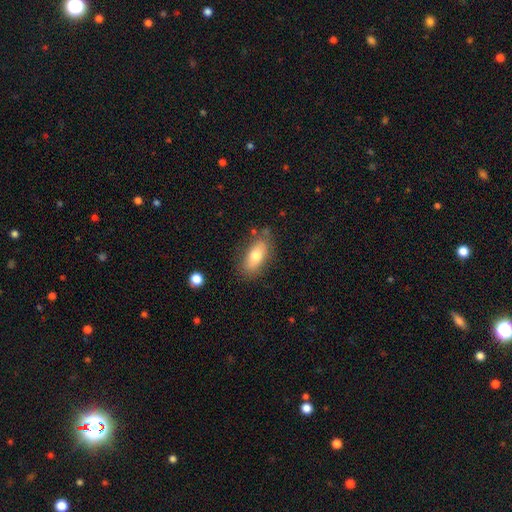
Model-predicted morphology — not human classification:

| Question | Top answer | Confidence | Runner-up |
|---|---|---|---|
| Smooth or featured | smooth | 73% | featured or disk (21%) |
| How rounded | in between | 83% | cigar-shaped (13%) |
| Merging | none | 76% | minor disturbance (16%) |